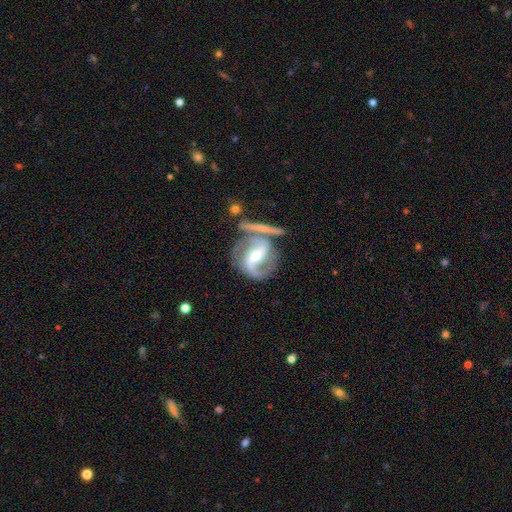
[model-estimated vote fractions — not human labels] Smooth or featured? Predicted: featured or disk (p=0.87). Edge-on disk? Predicted: no (p=0.96). Bar? Predicted: strong (p=0.42). Spiral arms? Predicted: yes (p=0.95). Spiral winding? Predicted: medium (p=0.53). Spiral arm count? Predicted: 2 (p=0.85). Bulge size? Predicted: moderate (p=0.54). Merging? Predicted: none (p=0.56).